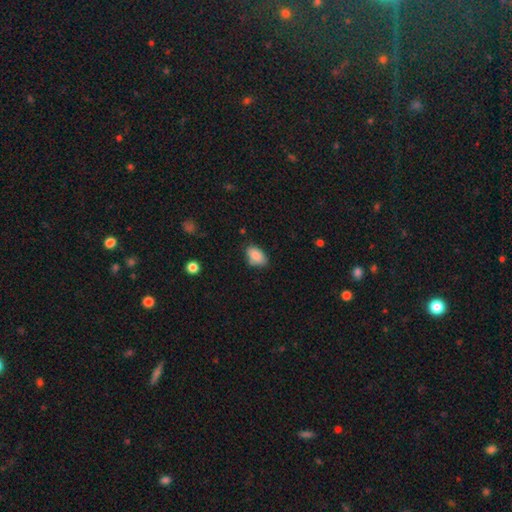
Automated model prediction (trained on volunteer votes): Smooth or featured?
  - smooth: 87% *
  - star or artifact: 8%
  - featured or disk: 6%
How rounded?
  - in between: 90% *
  - round: 8%
  - cigar-shaped: 2%
Merging?
  - none: 71% *
  - minor disturbance: 22%
  - major disturbance: 4%
  - merger: 3%